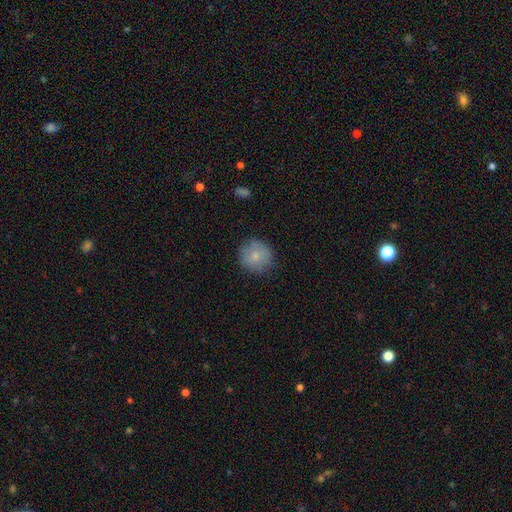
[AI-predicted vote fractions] A smooth galaxy with no disk features (78%) that is round (92%).

Vote fractions:
- Smooth or featured? smooth: 78% / featured or disk: 14% / star or artifact: 8%
- How rounded? round: 92% / in between: 7% / cigar-shaped: 1%
- Merging? none: 81% / minor disturbance: 14% / major disturbance: 4% / merger: 1%